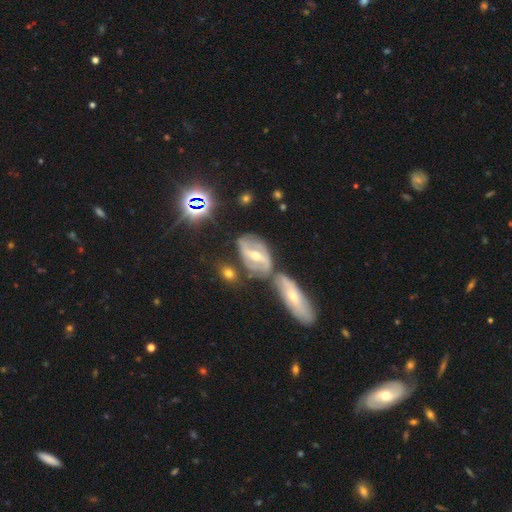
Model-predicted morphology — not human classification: Q: Smooth or featured?
A: featured or disk (76%); runner-up: smooth (16%)
Q: Edge-on disk?
A: no (88%); runner-up: yes (12%)
Q: Bar?
A: strong (52%); runner-up: weak (33%)
Q: Spiral arms?
A: yes (81%); runner-up: no (19%)
Q: Spiral winding?
A: medium (43%); runner-up: tight (34%)
Q: Spiral arm count?
A: 2 (71%); runner-up: can't tell (19%)
Q: Bulge size?
A: moderate (64%); runner-up: small (30%)
Q: Merging?
A: none (49%); runner-up: merger (30%)